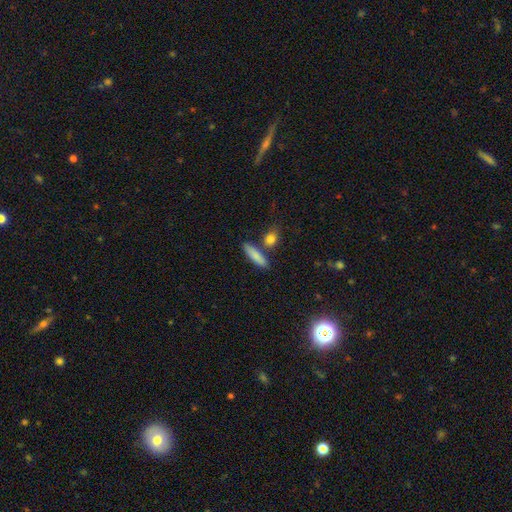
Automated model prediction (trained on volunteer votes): Q: Smooth or featured?
A: smooth (83%); runner-up: featured or disk (11%)
Q: How rounded?
A: cigar-shaped (64%); runner-up: in between (32%)
Q: Merging?
A: none (75%); runner-up: merger (11%)